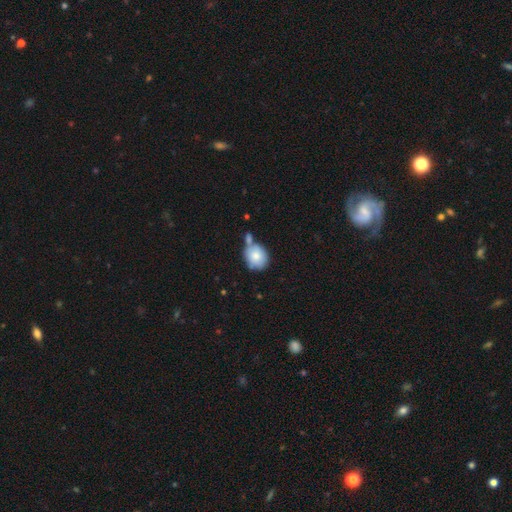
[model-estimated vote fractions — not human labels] Morphology: type=smooth (79%); roundness=round (66%); merging=none (46%).